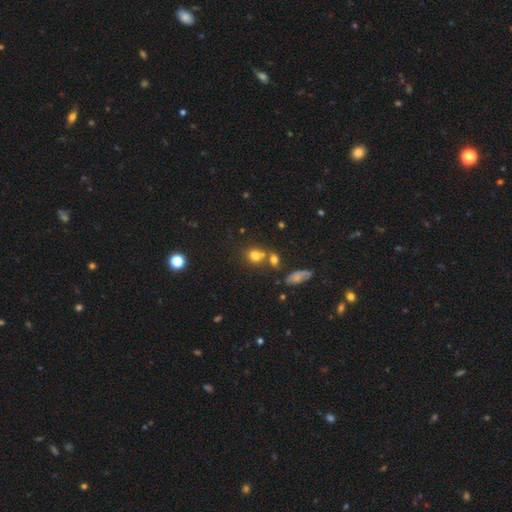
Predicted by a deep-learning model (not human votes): A smooth galaxy with no disk features (72%) that is in between round and cigar-shaped (49%, tied with round).

Vote fractions:
- Smooth or featured? smooth: 72% / star or artifact: 16% / featured or disk: 12%
- How rounded? in between: 49% (tied) / round: 49% (tied) / cigar-shaped: 2%
- Merging? none: 48% / merger: 33% / minor disturbance: 13% / major disturbance: 6%